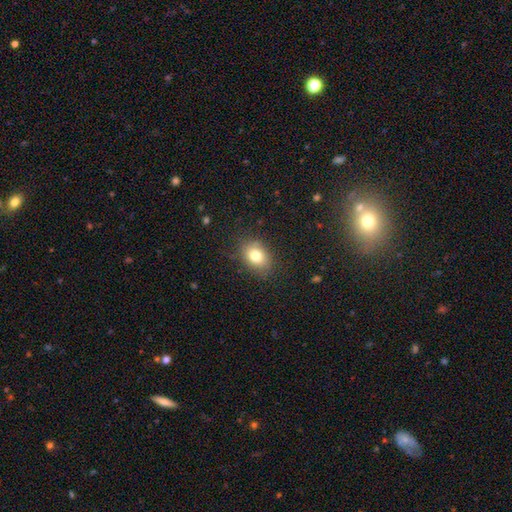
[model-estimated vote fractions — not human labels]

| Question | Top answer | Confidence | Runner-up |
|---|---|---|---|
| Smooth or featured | smooth | 79% | star or artifact (10%) |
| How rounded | in between | 68% | round (31%) |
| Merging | none | 82% | minor disturbance (13%) |